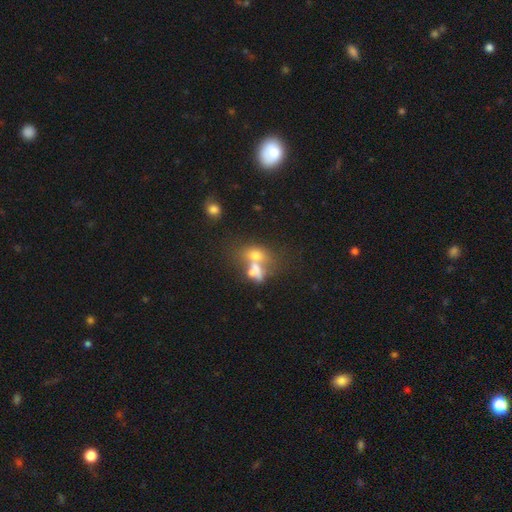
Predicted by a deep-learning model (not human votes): Smooth or featured?
  - smooth: 61% *
  - featured or disk: 24%
  - star or artifact: 16%
How rounded?
  - in between: 63% *
  - round: 32%
  - cigar-shaped: 5%
Merging?
  - merger: 58% *
  - none: 24%
  - major disturbance: 9%
  - minor disturbance: 9%